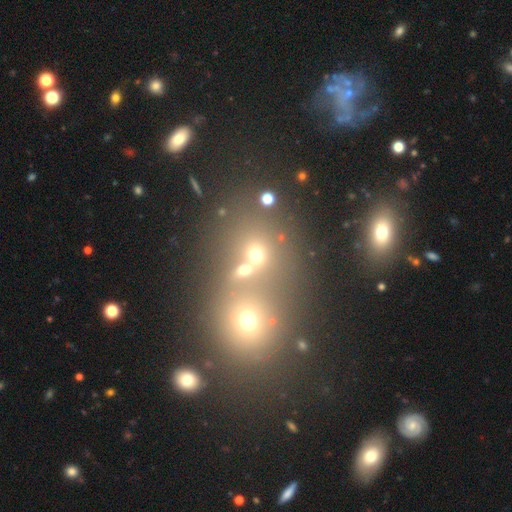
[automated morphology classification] Smooth or featured: smooth — 61% (star or artifact — 24%)
How rounded: round — 72% (in between — 26%)
Merging: merger — 54% (none — 36%)